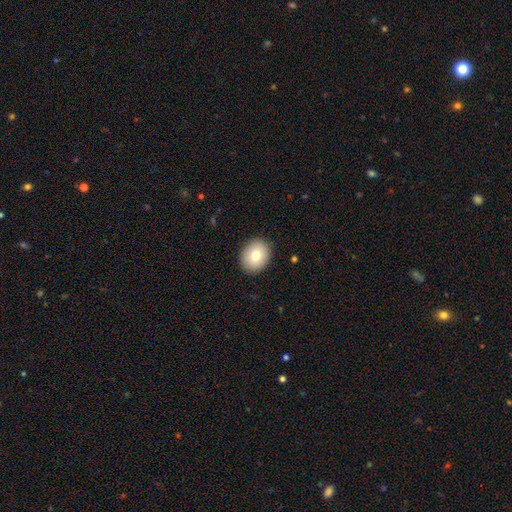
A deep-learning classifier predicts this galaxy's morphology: Smooth or featured? smooth (76%)
How rounded? round (65%)
Merging? none (90%)